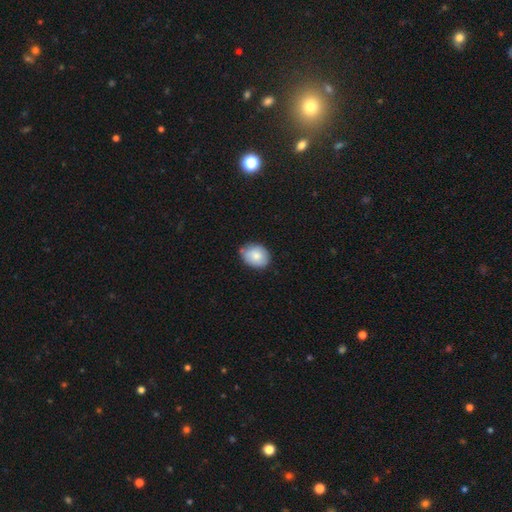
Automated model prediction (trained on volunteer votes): smooth_or_featured: smooth (p=0.81) [alt: featured or disk p=0.11]
how_rounded: in between (p=0.55) [alt: round p=0.45]
merging: none (p=0.72) [alt: minor disturbance p=0.23]